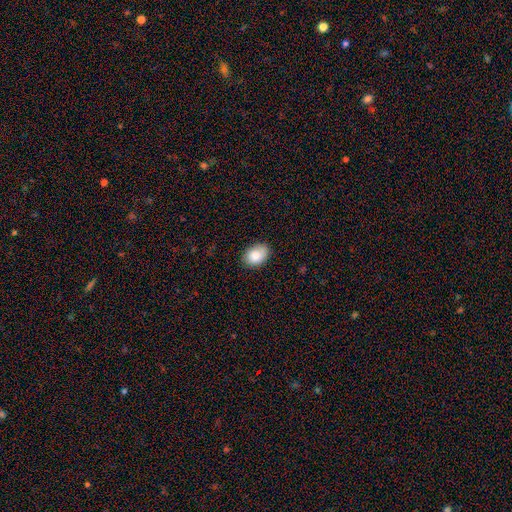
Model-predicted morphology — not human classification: smooth 84%, featured or disk 9%, star or artifact 7%. Down the decision tree: how rounded — in between (77%); merging — none (79%).